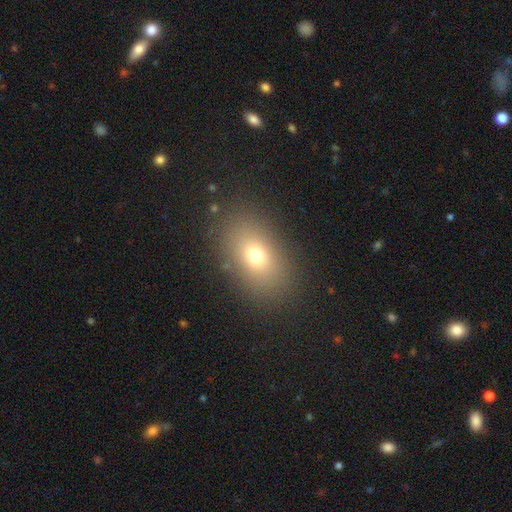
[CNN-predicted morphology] This appears to be a smooth galaxy with no disk features (71%) that is in between round and cigar-shaped (80%). Merging: none (85%).